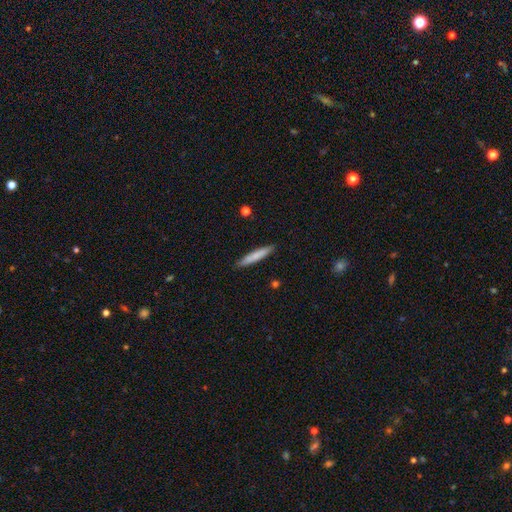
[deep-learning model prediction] A smooth galaxy with no disk features (76%) that is cigar-shaped (93%). Merging: none (90%).